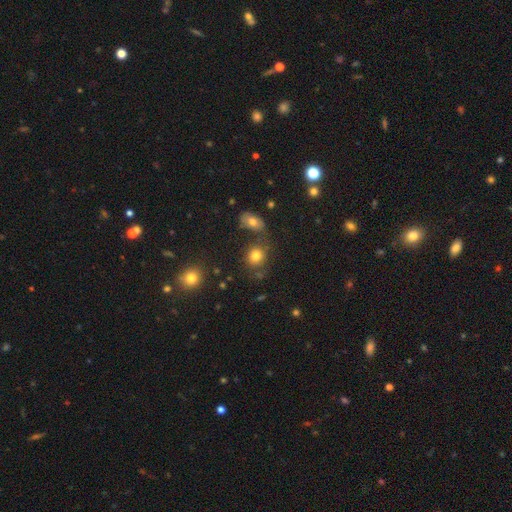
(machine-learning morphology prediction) smooth_or_featured: smooth (p=0.79) [alt: star or artifact p=0.13]
how_rounded: round (p=0.76) [alt: in between p=0.23]
merging: none (p=0.68) [alt: merger p=0.14]